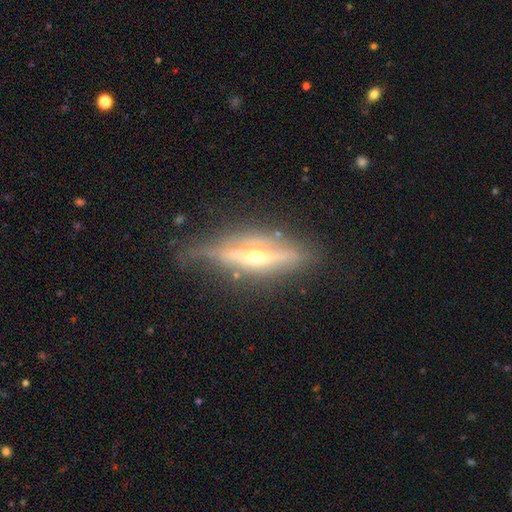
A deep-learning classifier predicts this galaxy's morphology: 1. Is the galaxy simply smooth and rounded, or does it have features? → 81% featured or disk, 13% smooth, 6% star or artifact.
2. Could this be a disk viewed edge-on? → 93% yes, 7% no.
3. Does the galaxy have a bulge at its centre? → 88% rounded, 7% none, 5% boxy.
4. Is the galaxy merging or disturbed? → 70% none, 20% minor disturbance, 7% major disturbance, 2% merger.